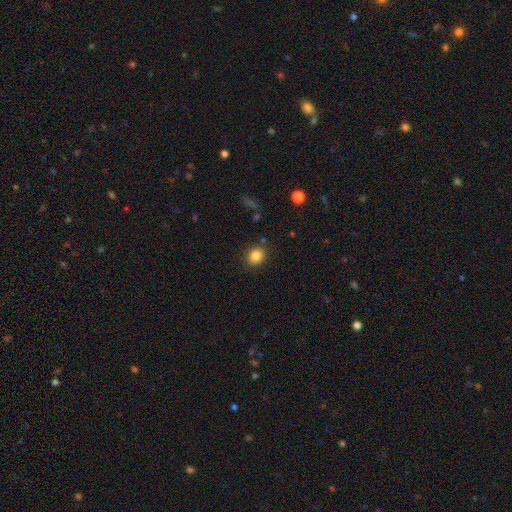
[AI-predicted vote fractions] smooth 84%, star or artifact 11%, featured or disk 6%. Down the decision tree: how rounded — round (68%); merging — none (86%).